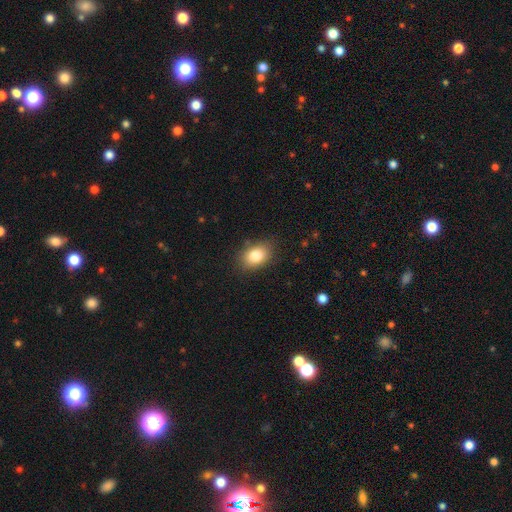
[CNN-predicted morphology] smooth-or-featured: smooth: 83% | star or artifact: 9% | featured or disk: 8%
  how-rounded: in between: 77% | round: 22% | cigar-shaped: 1%
  merging: none: 83% | minor disturbance: 13% | major disturbance: 3% | merger: 1%